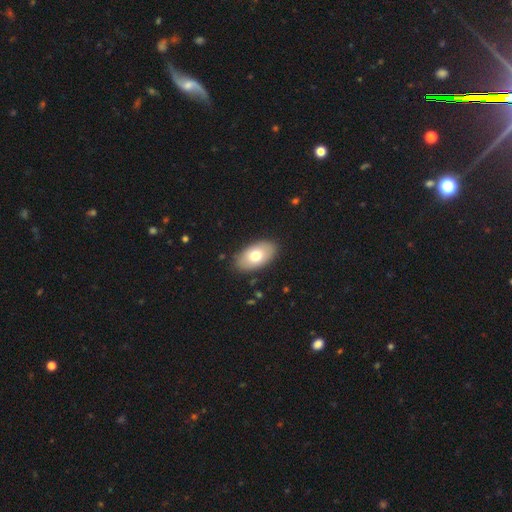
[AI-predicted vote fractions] Q: Smooth or featured?
A: smooth (71%); runner-up: featured or disk (23%)
Q: How rounded?
A: in between (94%); runner-up: round (4%)
Q: Merging?
A: none (87%); runner-up: minor disturbance (9%)